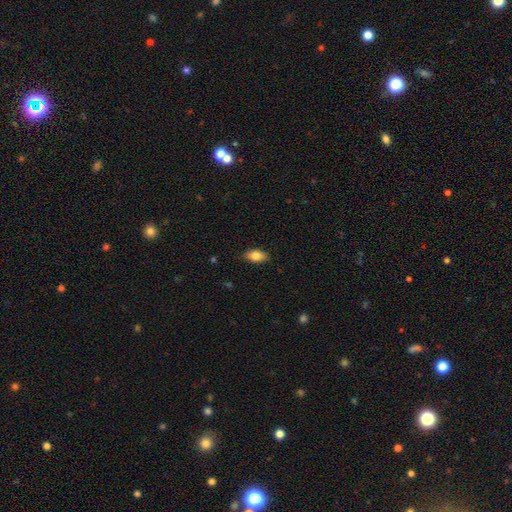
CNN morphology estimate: This is clearly a smooth galaxy (82%). How rounded: clearly in between (89%). Merging: clearly none (84%).